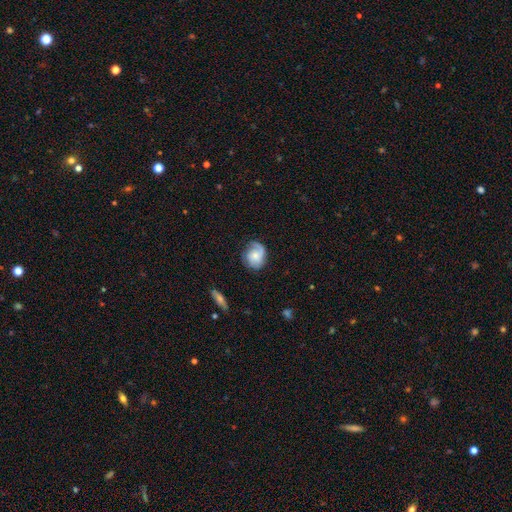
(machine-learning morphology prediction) A featured or disk galaxy (50%). Merging: none (61%).